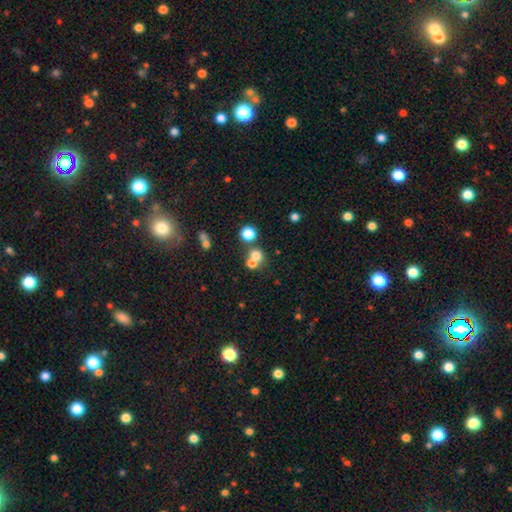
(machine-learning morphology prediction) A smooth galaxy with no disk features (68%) that is round (83%).

Vote fractions:
- Smooth or featured? smooth: 68% / star or artifact: 19% / featured or disk: 14%
- How rounded? round: 83% / in between: 16% / cigar-shaped: 1%
- Merging? merger: 45% / none: 44% / minor disturbance: 7% / major disturbance: 4%